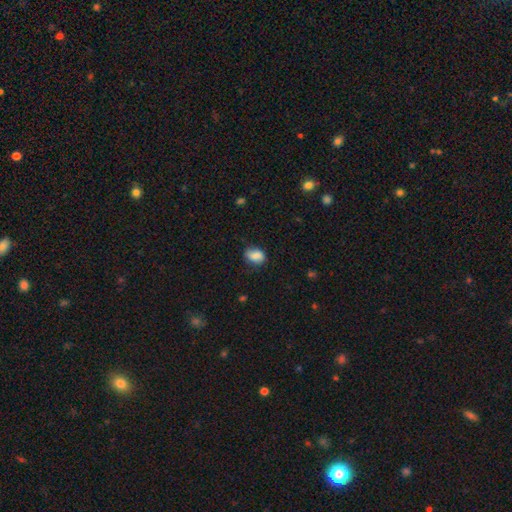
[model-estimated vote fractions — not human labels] Smooth or featured? Predicted: smooth (p=0.81). How rounded? Predicted: in between (p=0.74). Merging? Predicted: none (p=0.63).